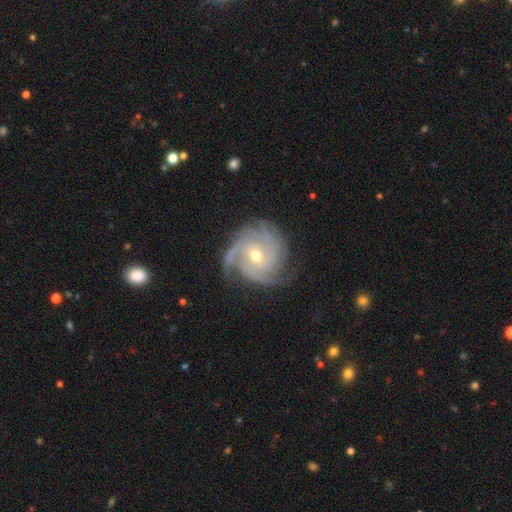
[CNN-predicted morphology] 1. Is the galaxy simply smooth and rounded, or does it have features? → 90% featured or disk, 6% star or artifact, 5% smooth.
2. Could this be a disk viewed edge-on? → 98% no, 2% yes.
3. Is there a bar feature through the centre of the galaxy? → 59% no, 32% weak, 9% strong.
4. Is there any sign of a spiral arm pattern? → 98% yes, 2% no.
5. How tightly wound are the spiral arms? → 64% tight, 30% medium, 6% loose.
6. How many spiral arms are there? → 40% 3, 24% 4, 14% can't tell, 10% 2, 6% more than 4, 6% 1.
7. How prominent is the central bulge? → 53% moderate, 44% small, 1% large, 1% none, 1% dominant.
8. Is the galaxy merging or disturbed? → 74% none, 18% minor disturbance, 6% major disturbance, 1% merger.